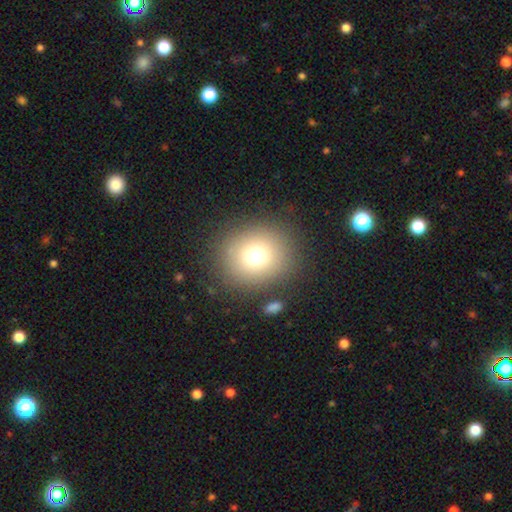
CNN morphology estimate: smooth_or_featured: smooth (p=0.73) [alt: star or artifact p=0.16]
how_rounded: round (p=0.83) [alt: in between p=0.16]
merging: none (p=0.86) [alt: minor disturbance p=0.07]